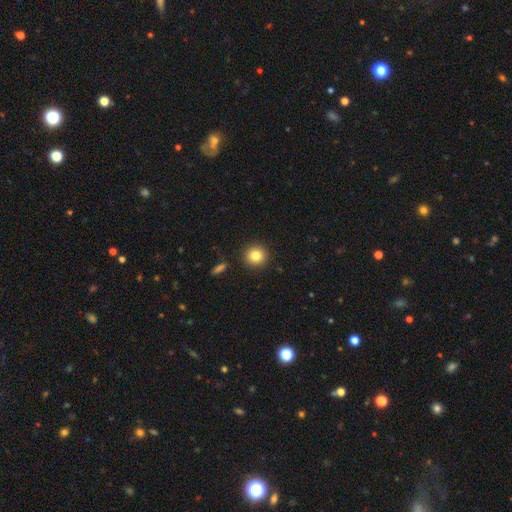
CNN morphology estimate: type=smooth (83%); roundness=round (93%); merging=none (91%).